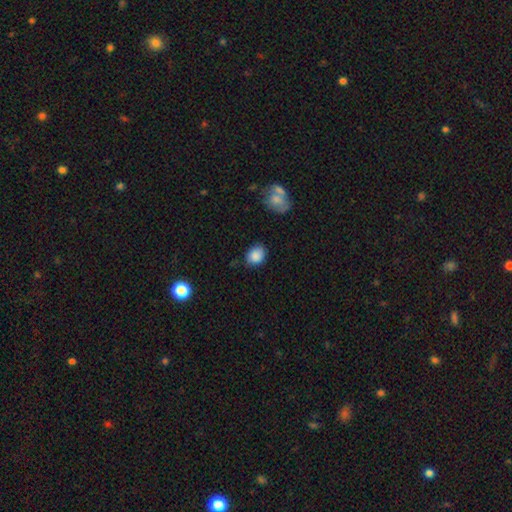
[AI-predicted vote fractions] Smooth or featured: smooth — 87% (star or artifact — 8%)
How rounded: in between — 58% (round — 41%)
Merging: none — 73% (minor disturbance — 21%)